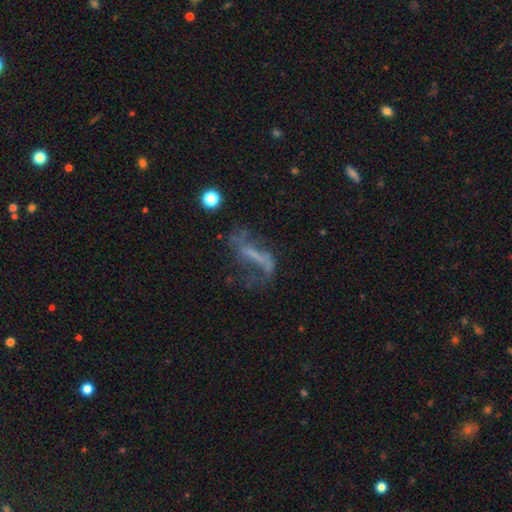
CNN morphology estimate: The model was most divided on "merging": none: 41%, major disturbance: 34%, minor disturbance: 19%, merger: 6%. Remaining: edge-on disk — no (85%); bulge size — none (65%); smooth or featured — featured or disk (61%); spiral arms — yes (58%); bar — strong (42%).